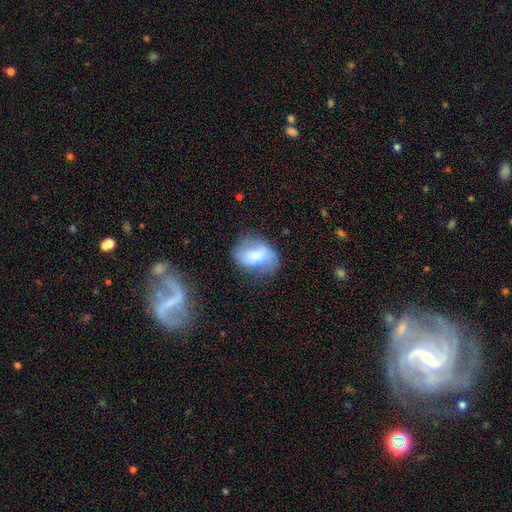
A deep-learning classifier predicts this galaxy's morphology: A smooth galaxy with no disk features (56%) that is in between round and cigar-shaped (76%).

Vote fractions:
- Smooth or featured? smooth: 56% / featured or disk: 35% / star or artifact: 9%
- How rounded? in between: 76% / round: 22% / cigar-shaped: 2%
- Merging? none: 50% / minor disturbance: 29% / major disturbance: 17% / merger: 4%